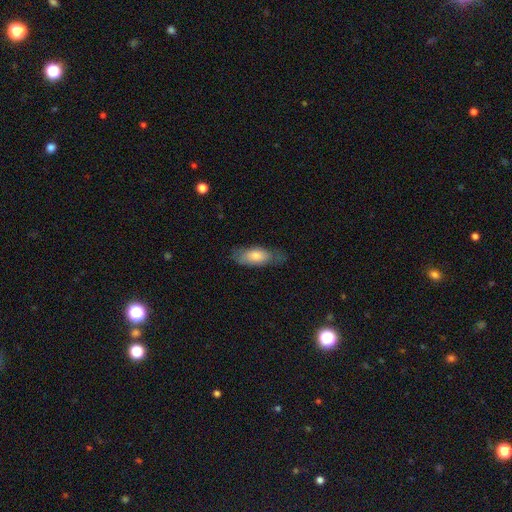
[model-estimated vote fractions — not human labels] Q: Smooth or featured?
A: smooth (70%); runner-up: featured or disk (24%)
Q: How rounded?
A: in between (75%); runner-up: cigar-shaped (23%)
Q: Merging?
A: none (68%); runner-up: minor disturbance (23%)